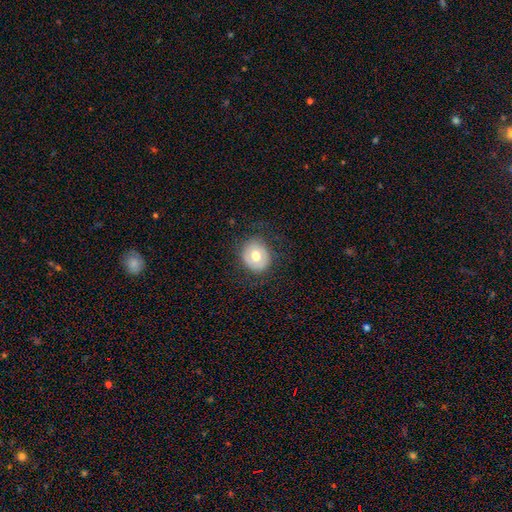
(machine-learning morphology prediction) This appears to be a smooth galaxy with no disk features (62%) that is round (75%). Merging: none (78%).